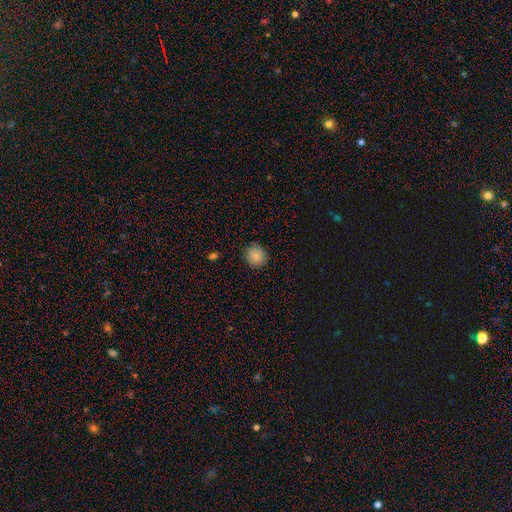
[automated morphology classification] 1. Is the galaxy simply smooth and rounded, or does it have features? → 85% smooth, 10% star or artifact, 6% featured or disk.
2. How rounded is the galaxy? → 85% round, 14% in between, 1% cigar-shaped.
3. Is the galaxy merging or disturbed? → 86% none, 11% minor disturbance, 2% major disturbance, 1% merger.